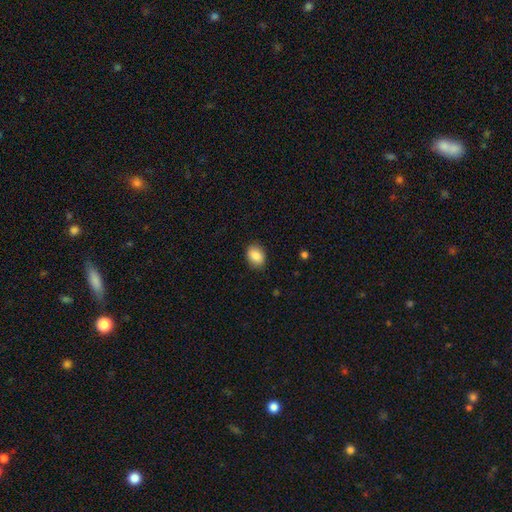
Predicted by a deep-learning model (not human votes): The model was most divided on "how rounded": in between: 75%, round: 24%, cigar-shaped: 1%. More confident: smooth or featured — smooth (87%); merging — none (86%).